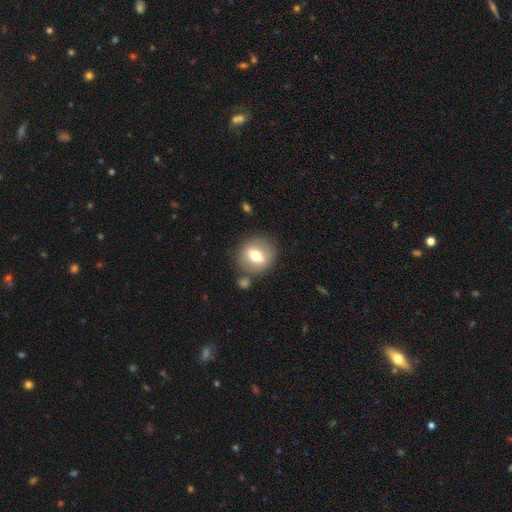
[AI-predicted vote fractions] Overall: smooth (56%; featured or disk 36%). How rounded: round (72%). Merging: none (78%).